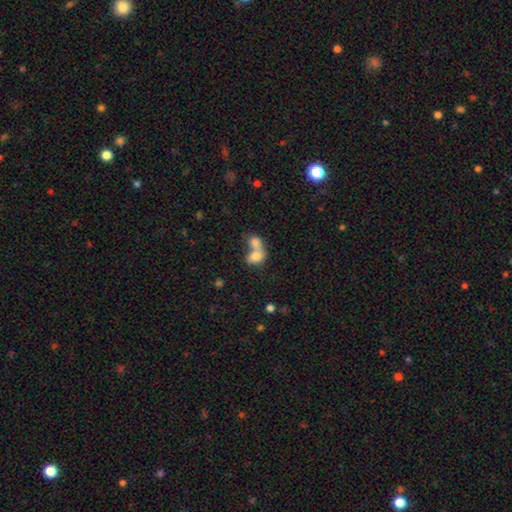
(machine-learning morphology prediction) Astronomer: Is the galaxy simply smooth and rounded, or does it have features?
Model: smooth — 75%.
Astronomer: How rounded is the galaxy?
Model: in between — 64%.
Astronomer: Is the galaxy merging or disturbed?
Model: merger — 77%.